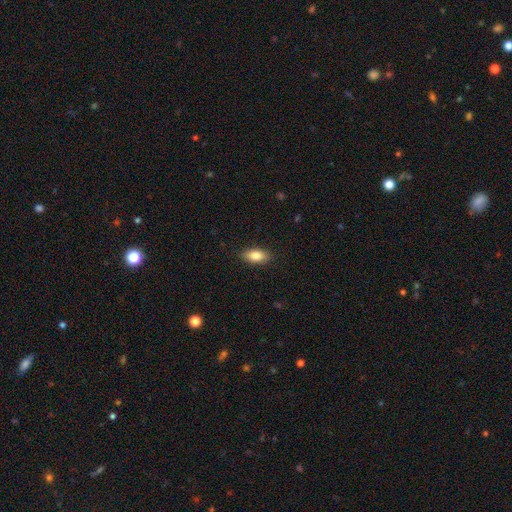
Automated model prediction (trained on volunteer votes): Smooth or featured? Predicted: smooth (p=0.83). How rounded? Predicted: in between (p=0.88). Merging? Predicted: none (p=0.88).